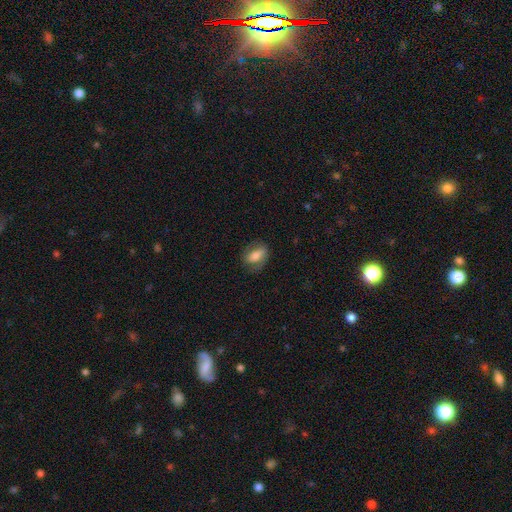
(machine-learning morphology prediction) smooth-or-featured: smooth: 62% | featured or disk: 30% | star or artifact: 8%
  how-rounded: in between: 81% | round: 15% | cigar-shaped: 4%
  merging: none: 72% | minor disturbance: 19% | major disturbance: 8% | merger: 1%